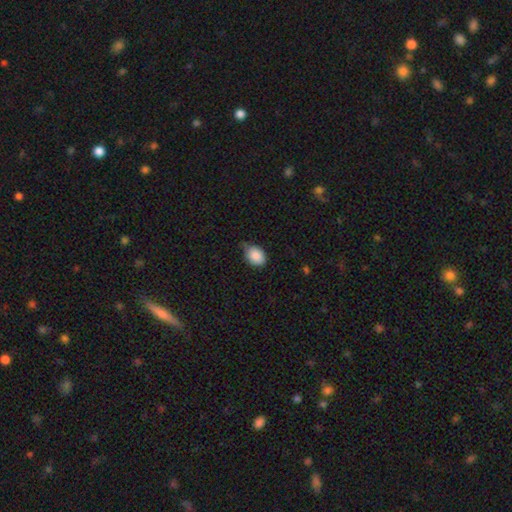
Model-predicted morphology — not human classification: Smooth or featured: smooth — 88% (star or artifact — 8%)
How rounded: in between — 74% (round — 25%)
Merging: none — 52% (minor disturbance — 40%)